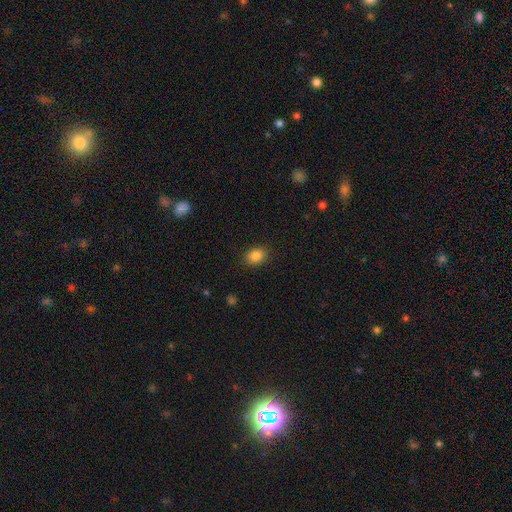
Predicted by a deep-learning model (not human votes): Smooth or featured: smooth — 85% (star or artifact — 10%)
How rounded: in between — 62% (round — 37%)
Merging: none — 88% (minor disturbance — 8%)